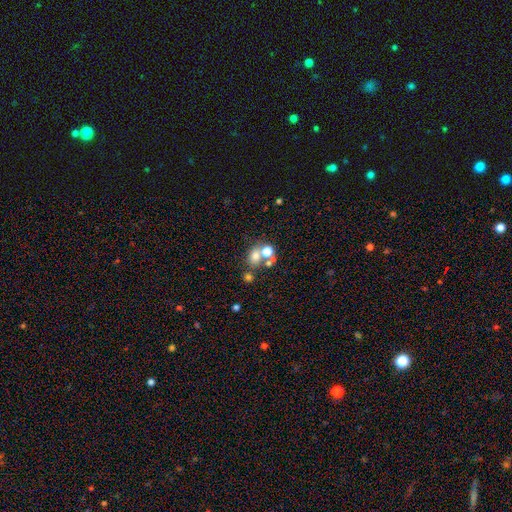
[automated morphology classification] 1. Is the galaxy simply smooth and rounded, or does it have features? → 66% smooth, 19% star or artifact, 15% featured or disk.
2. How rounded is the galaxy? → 59% round, 40% in between, 1% cigar-shaped.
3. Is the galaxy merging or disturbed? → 44% none, 41% merger, 9% minor disturbance, 6% major disturbance.